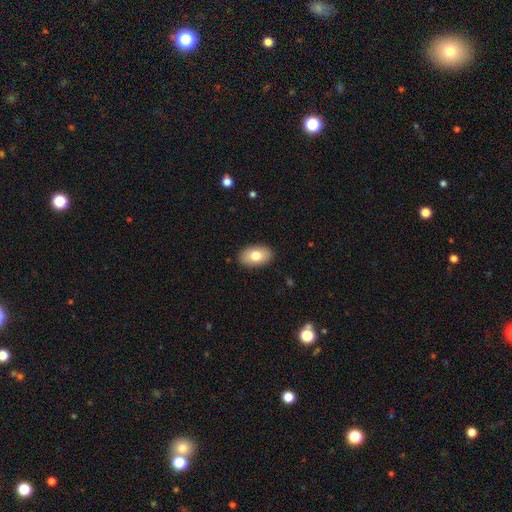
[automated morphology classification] Smooth or featured?
  - smooth: 78% *
  - featured or disk: 15%
  - star or artifact: 7%
How rounded?
  - in between: 92% *
  - round: 7%
  - cigar-shaped: 1%
Merging?
  - none: 89% *
  - minor disturbance: 8%
  - major disturbance: 2%
  - merger: 1%